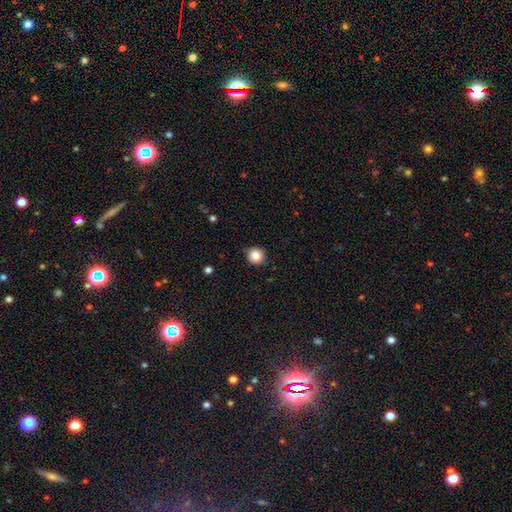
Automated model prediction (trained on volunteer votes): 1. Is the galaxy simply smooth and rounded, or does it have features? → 85% smooth, 10% star or artifact, 5% featured or disk.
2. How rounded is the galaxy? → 92% round, 7% in between, 1% cigar-shaped.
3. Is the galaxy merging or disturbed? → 88% none, 9% minor disturbance, 2% major disturbance, 1% merger.